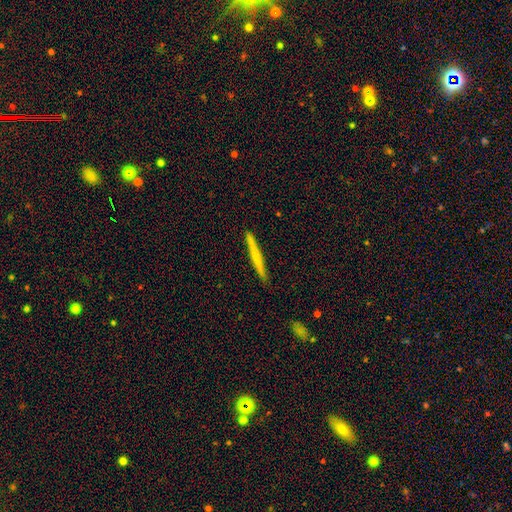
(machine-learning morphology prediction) Overall: smooth (54%; featured or disk 40%). How rounded: cigar-shaped (97%). Merging: none (91%).